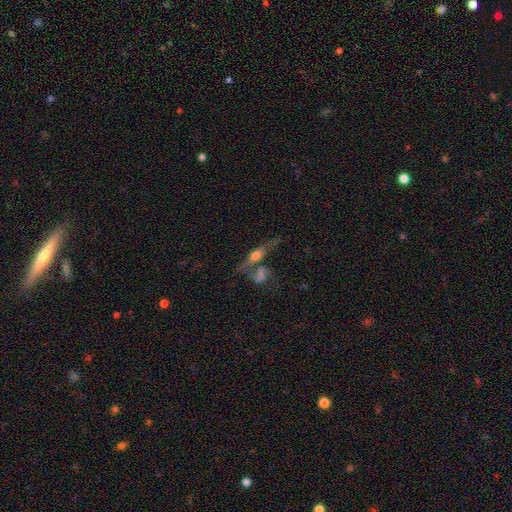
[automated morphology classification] The model was most divided on "edge-on disk": yes: 57%, no: 43%. Remaining: smooth or featured — featured or disk (56%); merging — merger (46%).